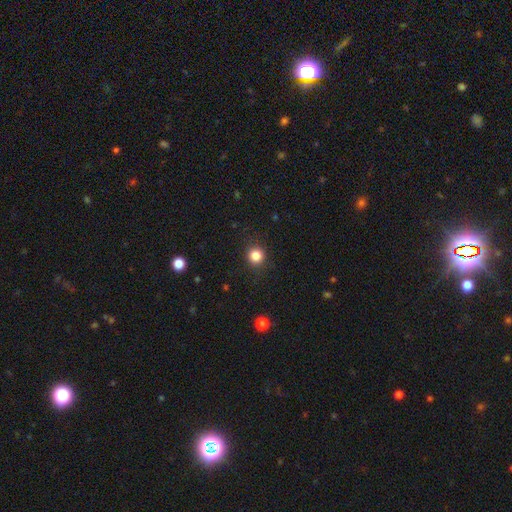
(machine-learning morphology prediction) This appears to be a smooth galaxy with no disk features (84%) that is round (92%). Merging: none (90%).